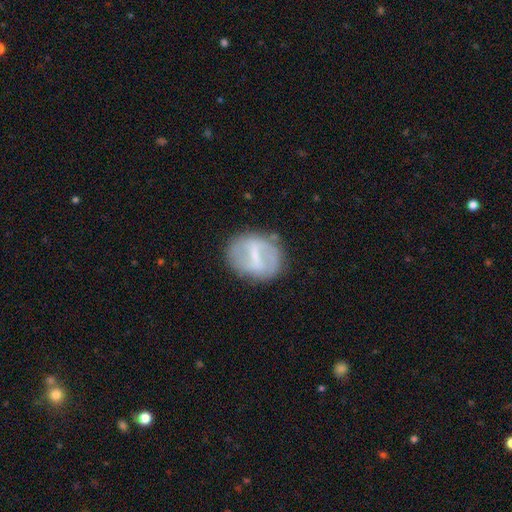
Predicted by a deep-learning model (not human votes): smooth_or_featured: featured or disk (p=0.63) [alt: smooth p=0.29]
disk_edge_on: no (p=0.95) [alt: yes p=0.05]
bar: strong (p=0.58) [alt: weak p=0.33]
has_spiral_arms: no (p=0.57) [alt: yes p=0.43]
bulge_size: small (p=0.43) [alt: none p=0.33]
merging: none (p=0.73) [alt: minor disturbance p=0.17]